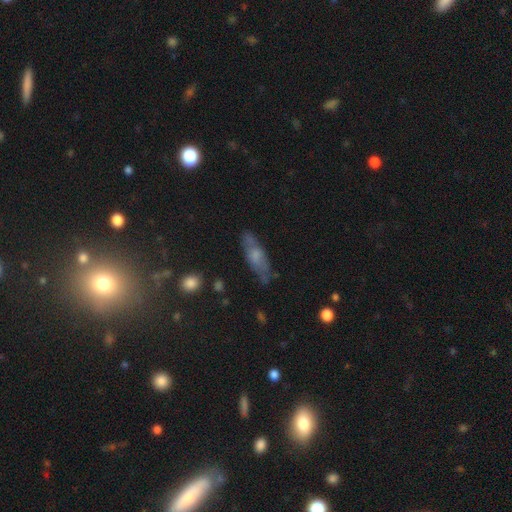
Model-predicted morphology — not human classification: This appears to be a smooth galaxy with no disk features (51%) that is in between round and cigar-shaped (49%). Merging: none (70%).